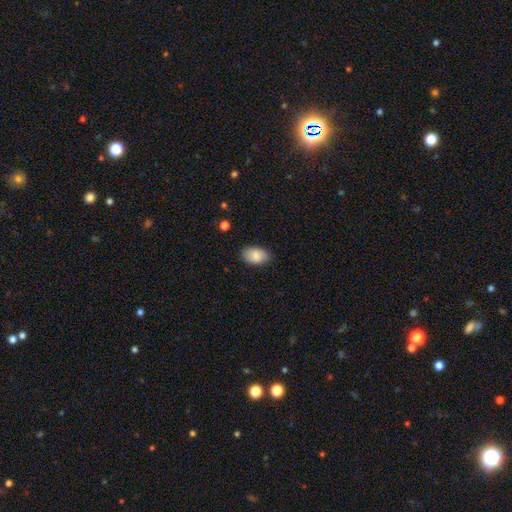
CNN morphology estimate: Q: Smooth or featured?
A: smooth (86%); runner-up: featured or disk (8%)
Q: How rounded?
A: in between (91%); runner-up: round (8%)
Q: Merging?
A: none (82%); runner-up: minor disturbance (14%)